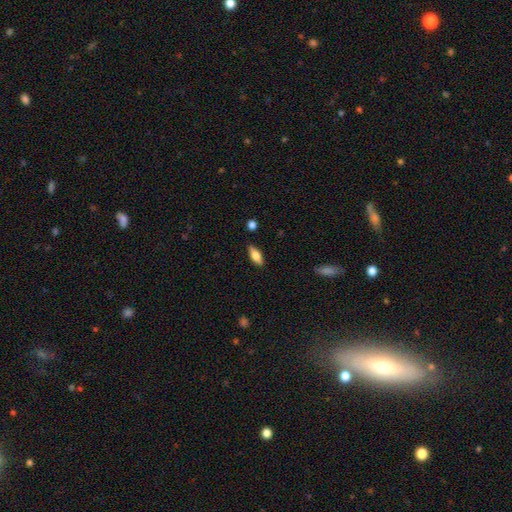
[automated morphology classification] Q: Smooth or featured?
A: smooth (72%); runner-up: featured or disk (22%)
Q: How rounded?
A: in between (77%); runner-up: cigar-shaped (20%)
Q: Merging?
A: none (86%); runner-up: minor disturbance (10%)